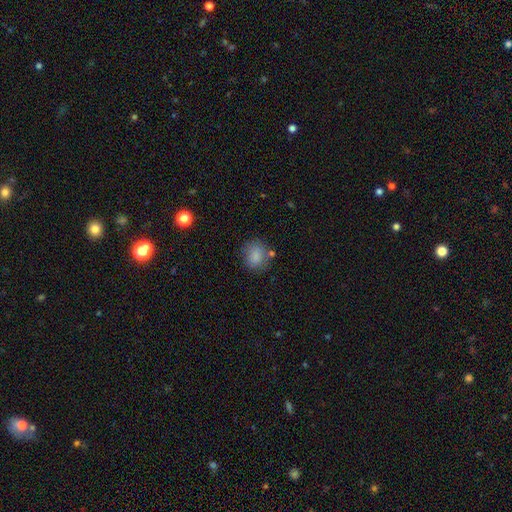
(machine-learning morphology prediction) type=smooth (84%); roundness=round (60%); merging=none (70%).